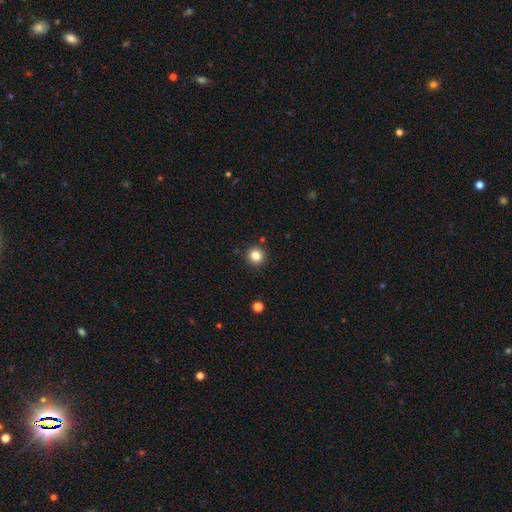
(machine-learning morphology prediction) Q: Smooth or featured?
A: smooth (83%); runner-up: star or artifact (12%)
Q: How rounded?
A: round (95%); runner-up: in between (4%)
Q: Merging?
A: none (91%); runner-up: minor disturbance (5%)